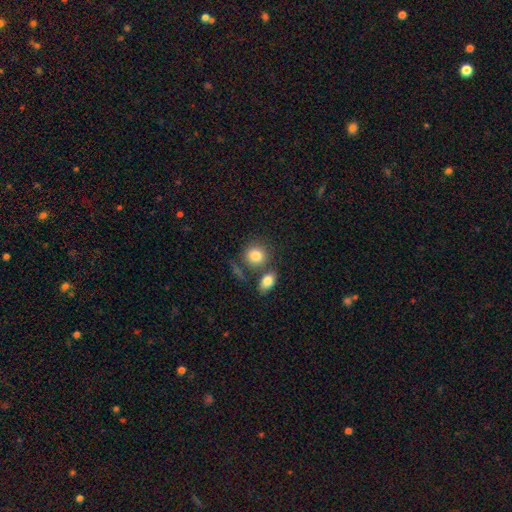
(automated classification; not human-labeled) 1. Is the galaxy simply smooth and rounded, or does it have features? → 83% smooth, 9% featured or disk, 8% star or artifact.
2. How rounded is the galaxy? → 76% round, 23% in between, 1% cigar-shaped.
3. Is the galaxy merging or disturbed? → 61% none, 23% merger, 11% minor disturbance, 5% major disturbance.